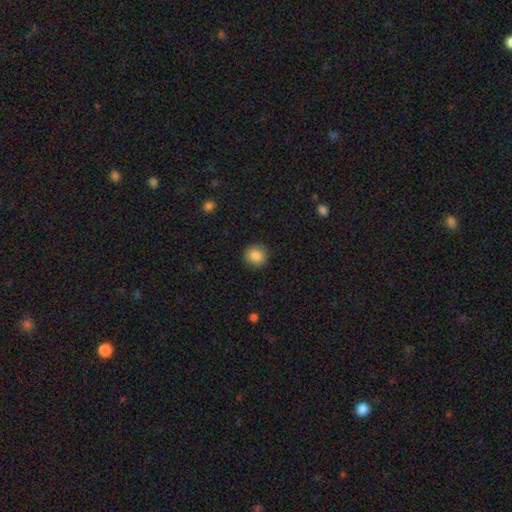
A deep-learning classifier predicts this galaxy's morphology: Smooth or featured?
  - smooth: 85% *
  - star or artifact: 9%
  - featured or disk: 6%
How rounded?
  - round: 89% *
  - in between: 10%
  - cigar-shaped: 1%
Merging?
  - none: 89% *
  - minor disturbance: 7%
  - major disturbance: 2%
  - merger: 1%